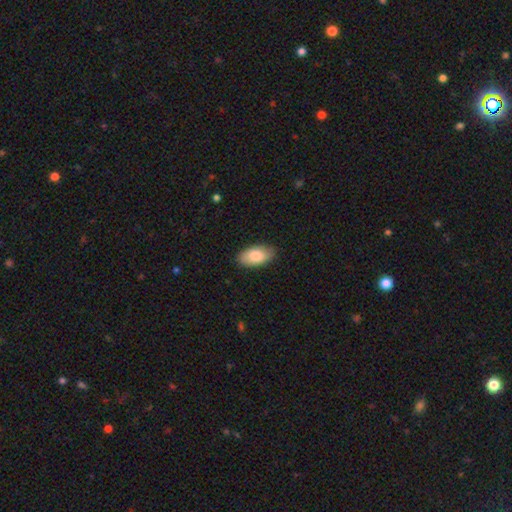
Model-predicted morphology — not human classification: Smooth or featured? smooth (82%)
How rounded? in between (94%)
Merging? none (86%)